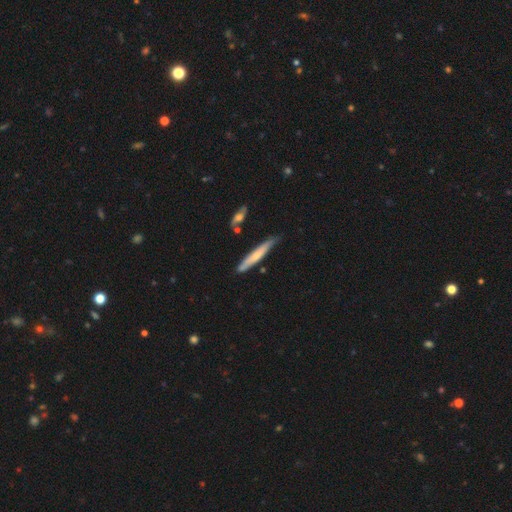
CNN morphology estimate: A smooth galaxy with no disk features (60%) that is cigar-shaped (94%). Merging: none (75%).